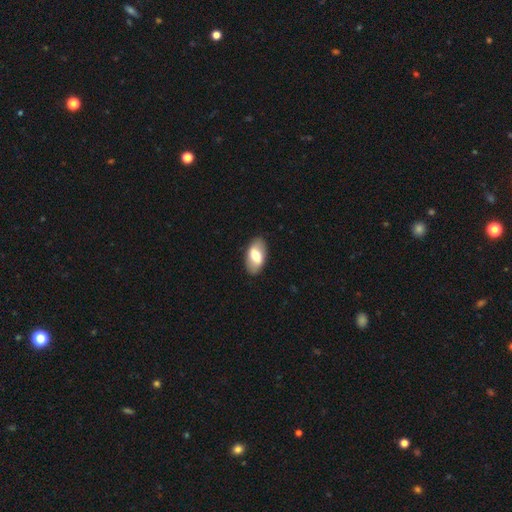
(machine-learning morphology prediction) type=smooth (60%); roundness=in between (92%); merging=none (86%).